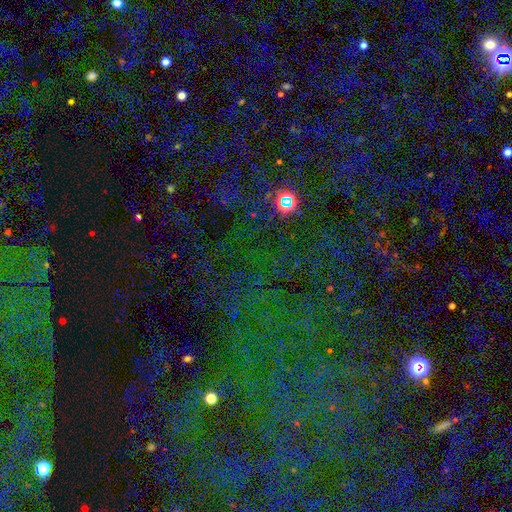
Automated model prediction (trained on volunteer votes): This appears to be a star or artifact, not a galaxy (72%).